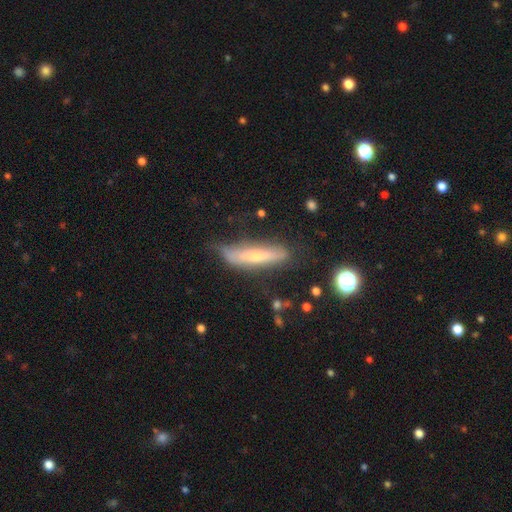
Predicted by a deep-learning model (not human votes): Smooth or featured: smooth — 48% (featured or disk — 45%)
Merging: none — 61% (minor disturbance — 26%)